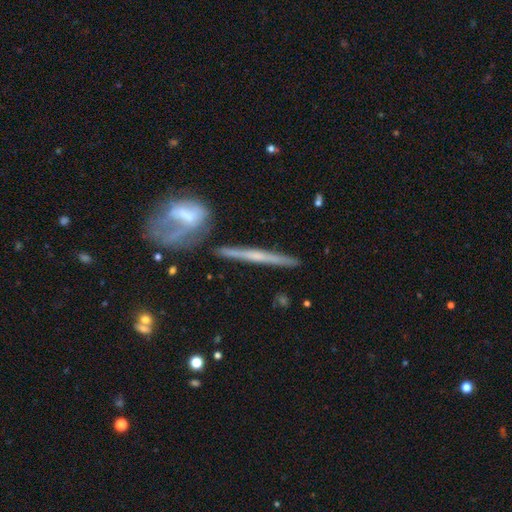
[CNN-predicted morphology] Smooth or featured?
  - featured or disk: 62% *
  - smooth: 32%
  - star or artifact: 7%
Edge-on disk?
  - yes: 94% *
  - no: 6%
Edge-on bulge?
  - none: 62% *
  - rounded: 31%
  - boxy: 8%
Merging?
  - none: 80% *
  - minor disturbance: 11%
  - merger: 6%
  - major disturbance: 3%